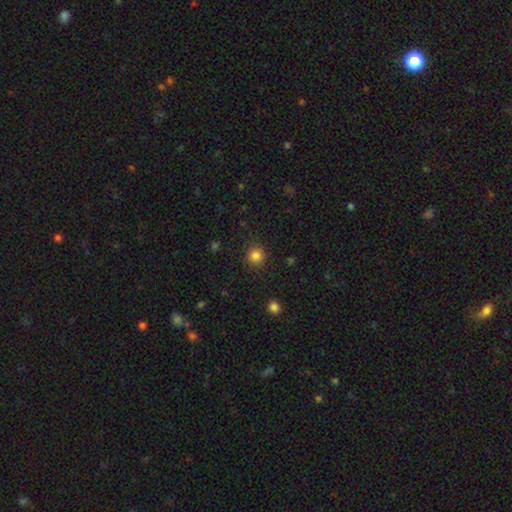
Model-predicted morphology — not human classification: This appears to be a smooth galaxy with no disk features (84%) that is round (93%). Merging: none (90%).